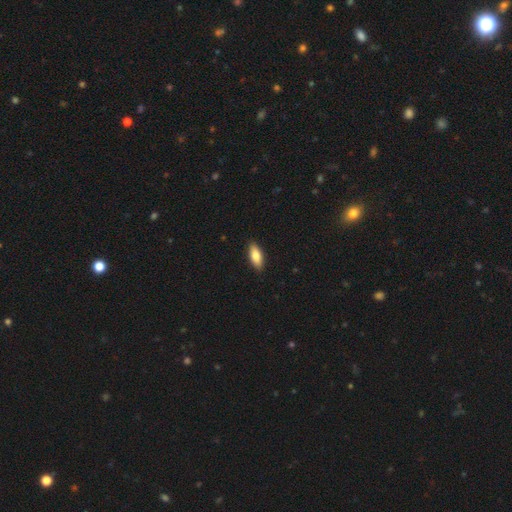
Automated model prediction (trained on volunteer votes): Smooth or featured?
  - smooth: 82% *
  - featured or disk: 12%
  - star or artifact: 6%
How rounded?
  - in between: 77% *
  - cigar-shaped: 20%
  - round: 2%
Merging?
  - none: 90% *
  - minor disturbance: 7%
  - major disturbance: 2%
  - merger: 1%